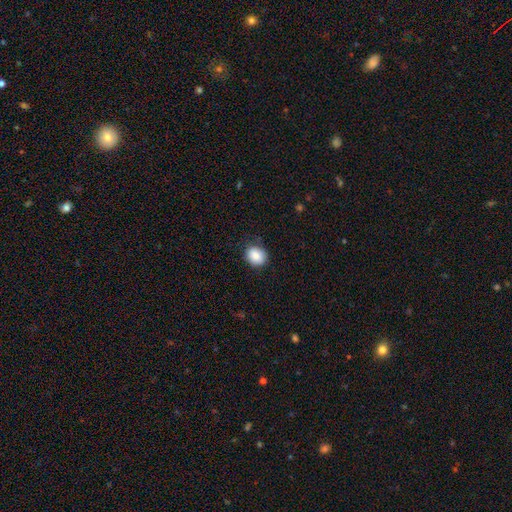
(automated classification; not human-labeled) smooth_or_featured: smooth (p=0.86) [alt: star or artifact p=0.08]
how_rounded: round (p=0.60) [alt: in between p=0.39]
merging: none (p=0.82) [alt: minor disturbance p=0.14]